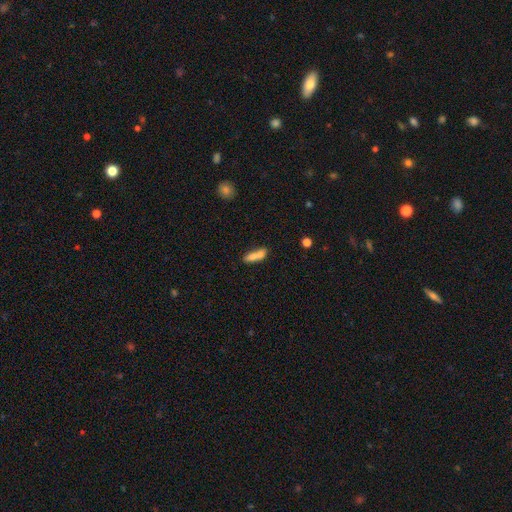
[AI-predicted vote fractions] Smooth or featured: smooth — 71% (featured or disk — 20%)
How rounded: in between — 50% (cigar-shaped — 45%)
Merging: merger — 50% (none — 33%)